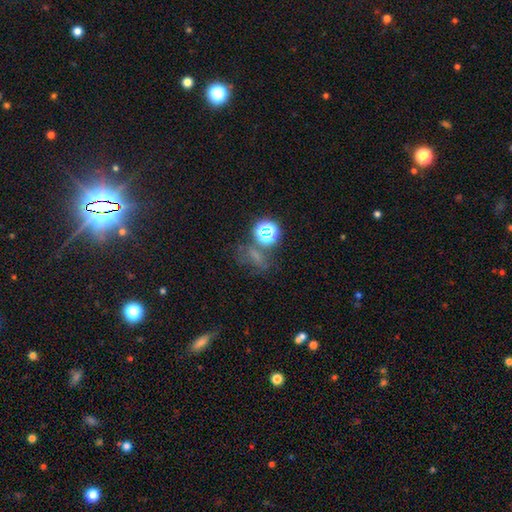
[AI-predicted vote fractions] A star or artifact, not a galaxy (45%).